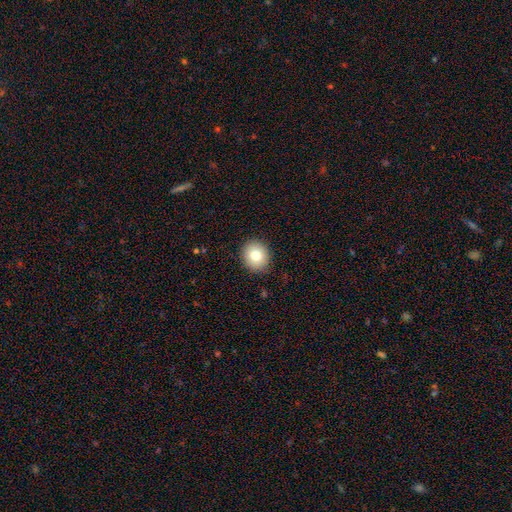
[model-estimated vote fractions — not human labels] smooth_or_featured: smooth (p=0.78) [alt: featured or disk p=0.12]
how_rounded: round (p=0.81) [alt: in between p=0.18]
merging: none (p=0.90) [alt: minor disturbance p=0.07]